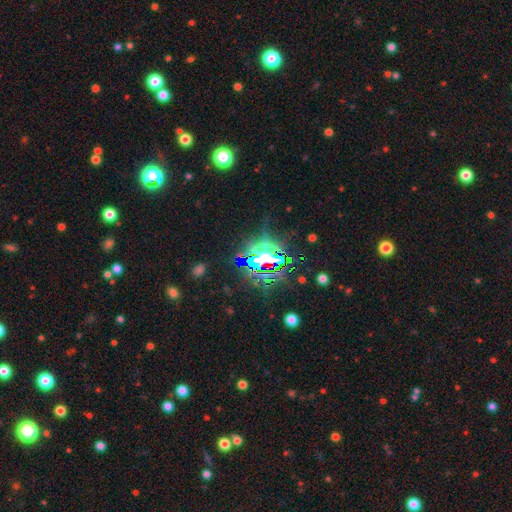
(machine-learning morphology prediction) Q: Smooth or featured?
A: star or artifact (72%); runner-up: smooth (15%)